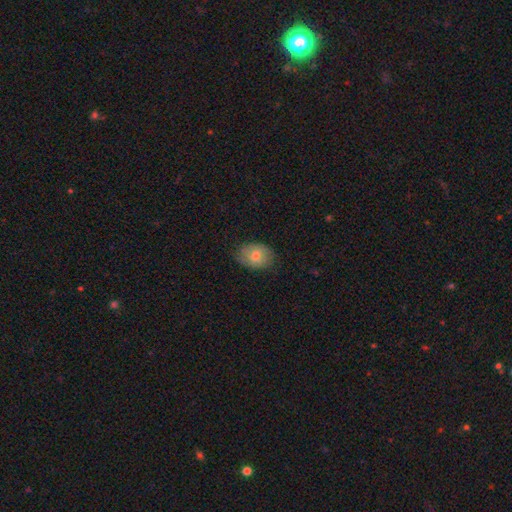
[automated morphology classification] smooth 74%, featured or disk 18%, star or artifact 8%. Down the decision tree: how rounded — in between (69%); merging — none (74%).